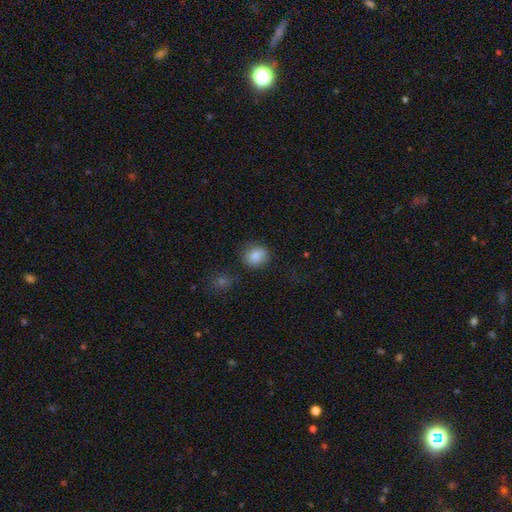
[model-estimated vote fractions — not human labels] The model was most divided on "how rounded": round: 67%, in between: 32%, cigar-shaped: 1%. More confident: smooth or featured — smooth (86%); merging — none (79%).